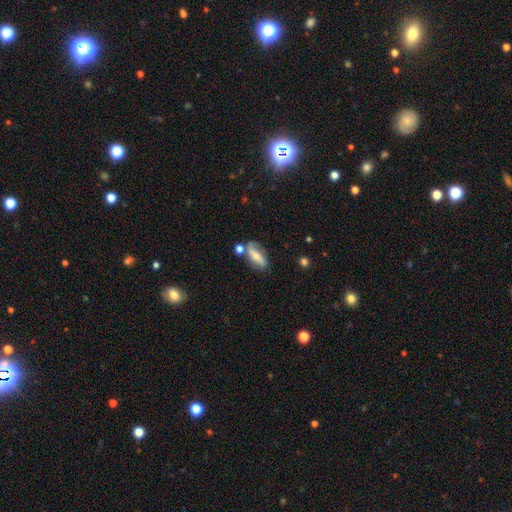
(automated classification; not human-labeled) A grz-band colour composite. It shows a smooth galaxy with no disk features (48%). Merging: none (51%).